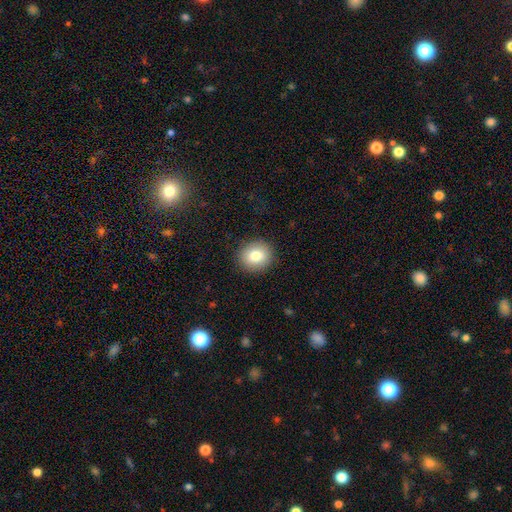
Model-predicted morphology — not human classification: Smooth or featured? Predicted: smooth (p=0.81). How rounded? Predicted: round (p=0.81). Merging? Predicted: none (p=0.90).